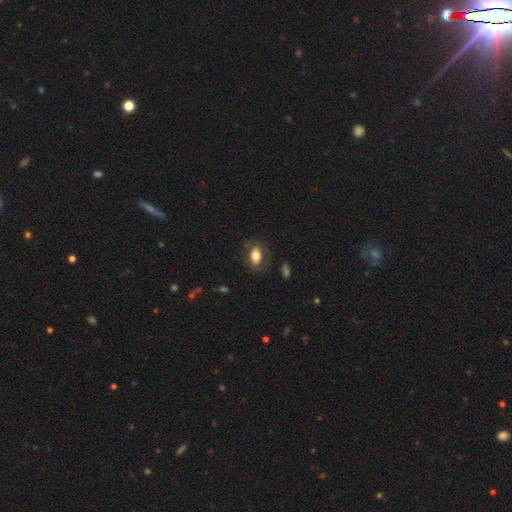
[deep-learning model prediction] Smooth or featured? Predicted: smooth (p=0.72). How rounded? Predicted: in between (p=0.86). Merging? Predicted: none (p=0.72).